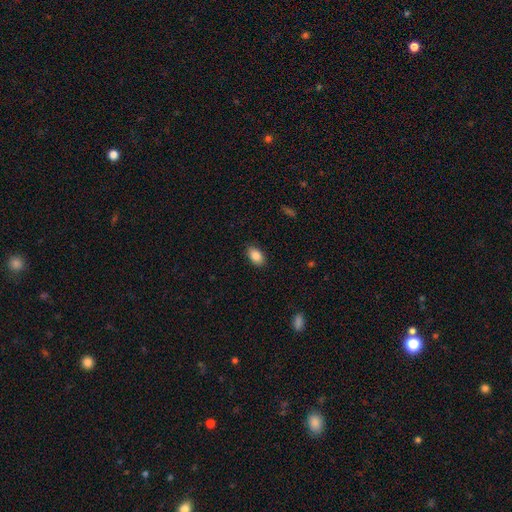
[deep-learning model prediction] Smooth or featured: smooth — 87% (star or artifact — 7%)
How rounded: in between — 92% (round — 6%)
Merging: none — 88% (minor disturbance — 9%)